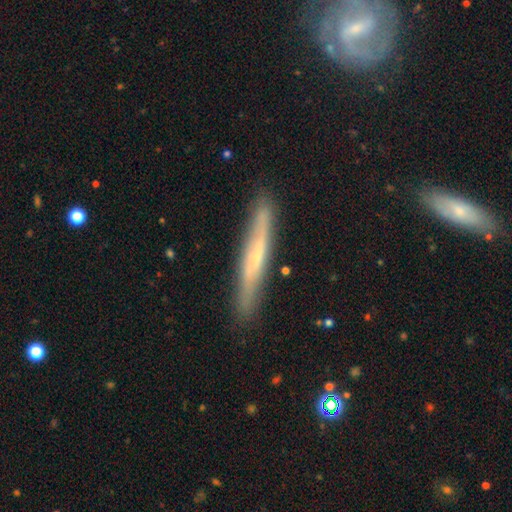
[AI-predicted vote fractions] Smooth or featured?
  - featured or disk: 56% *
  - smooth: 38%
  - star or artifact: 7%
Edge-on disk?
  - yes: 84% *
  - no: 16%
Merging?
  - none: 86% *
  - minor disturbance: 11%
  - major disturbance: 2%
  - merger: 1%